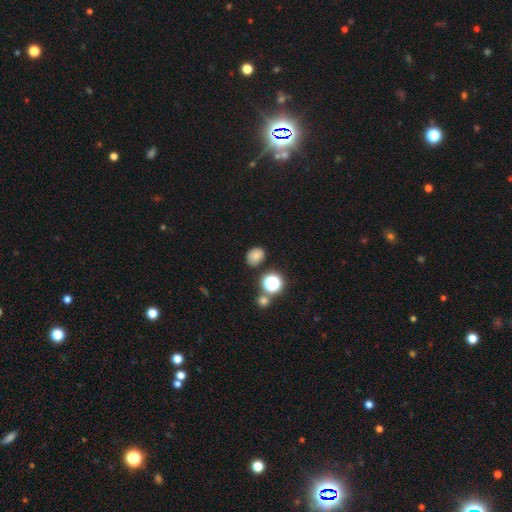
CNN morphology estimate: Smooth or featured? smooth (75%)
How rounded? in between (55%)
Merging? none (79%)